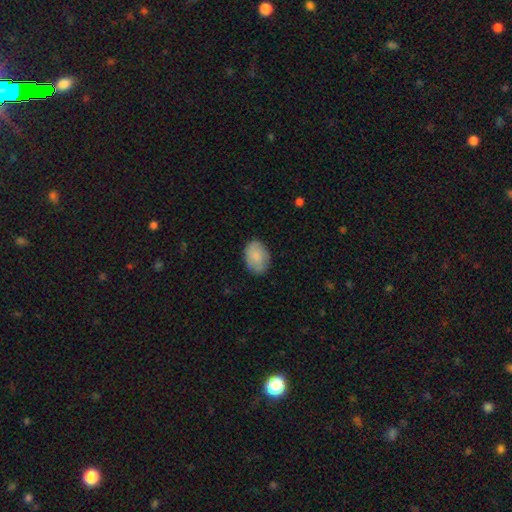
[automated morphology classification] Overall: smooth (83%). How rounded: in between (81%). Merging: none (81%).